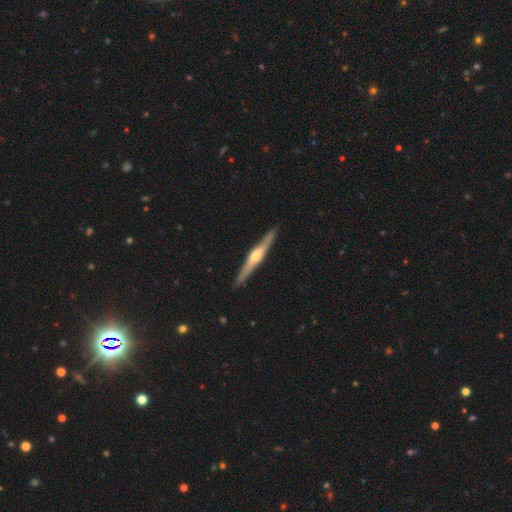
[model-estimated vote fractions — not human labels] The model was most divided on "smooth or featured": featured or disk: 74%, smooth: 21%, star or artifact: 5%. More confident: edge-on disk — yes (98%); merging — none (91%); edge-on bulge — rounded (87%).